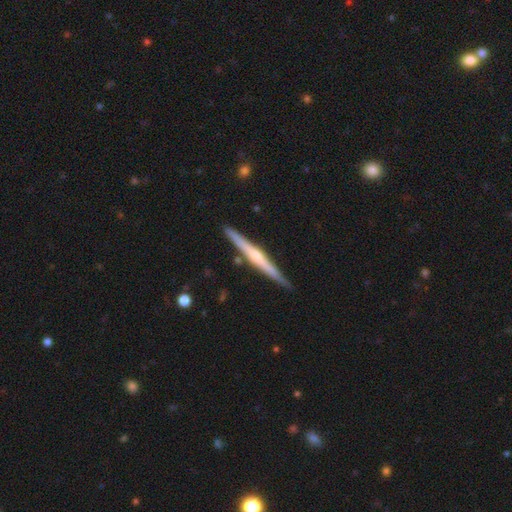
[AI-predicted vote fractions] A featured or disk galaxy (72%) viewed edge-on (98%) with a rounded central bulge (74%). Merging: none (87%).